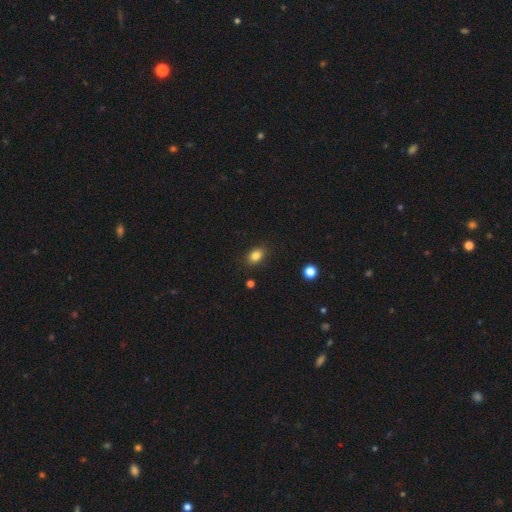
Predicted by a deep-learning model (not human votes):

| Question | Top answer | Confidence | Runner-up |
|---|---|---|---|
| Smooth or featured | smooth | 83% | star or artifact (11%) |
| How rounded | in between | 74% | round (25%) |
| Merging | none | 86% | minor disturbance (10%) |